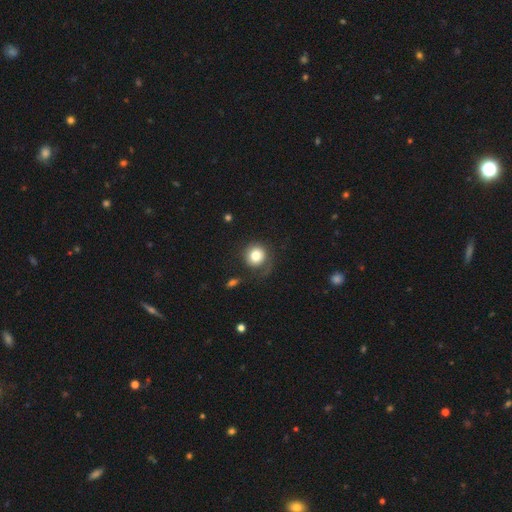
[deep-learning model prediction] A smooth galaxy with no disk features (77%) that is round (88%).

Vote fractions:
- Smooth or featured? smooth: 77% / featured or disk: 14% / star or artifact: 9%
- How rounded? round: 88% / in between: 11% / cigar-shaped: 1%
- Merging? none: 62% / minor disturbance: 18% / major disturbance: 17% / merger: 3%